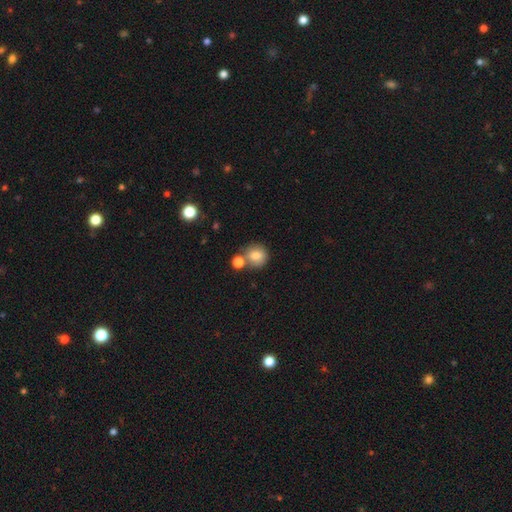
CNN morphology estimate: smooth_or_featured: smooth (p=0.81) [alt: star or artifact p=0.10]
how_rounded: round (p=0.85) [alt: in between p=0.14]
merging: none (p=0.60) [alt: merger p=0.25]